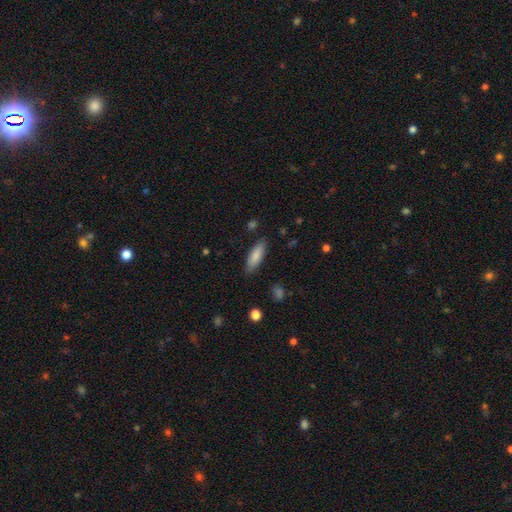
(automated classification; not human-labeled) A smooth galaxy with no disk features (83%) that is in between round and cigar-shaped (54%).

Vote fractions:
- Smooth or featured? smooth: 83% / featured or disk: 11% / star or artifact: 6%
- How rounded? in between: 54% / cigar-shaped: 45% / round: 2%
- Merging? none: 84% / minor disturbance: 11% / major disturbance: 3% / merger: 2%